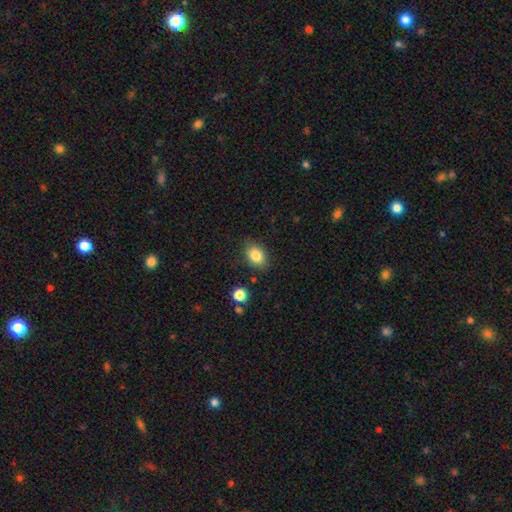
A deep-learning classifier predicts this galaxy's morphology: Smooth or featured?
  - smooth: 84% *
  - star or artifact: 9%
  - featured or disk: 7%
How rounded?
  - in between: 78% *
  - round: 20%
  - cigar-shaped: 1%
Merging?
  - none: 84% *
  - minor disturbance: 11%
  - major disturbance: 3%
  - merger: 2%